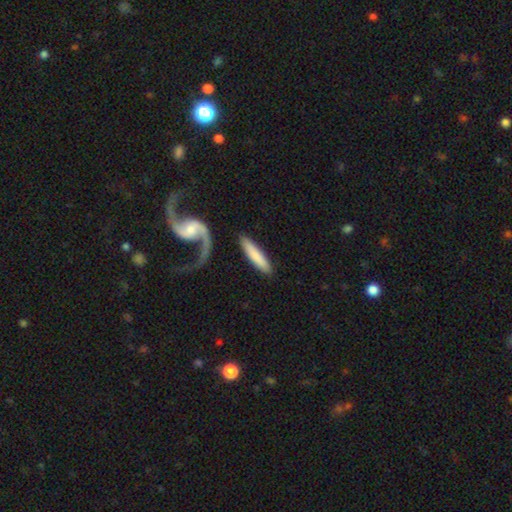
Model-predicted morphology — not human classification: A smooth galaxy with no disk features (72%) that is cigar-shaped (83%). Merging: none (77%).